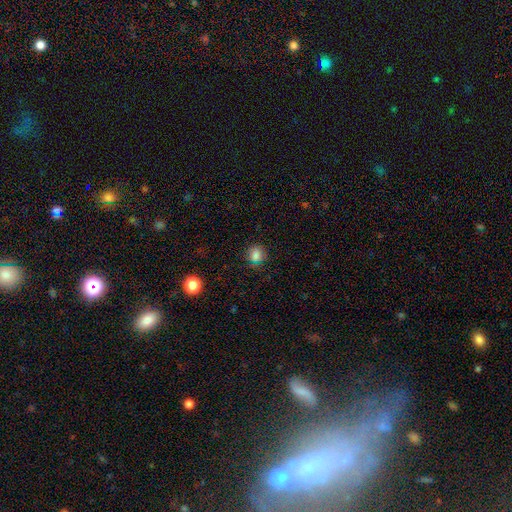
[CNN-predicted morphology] A smooth galaxy with no disk features (80%) that is round (77%). Merging: none (79%).